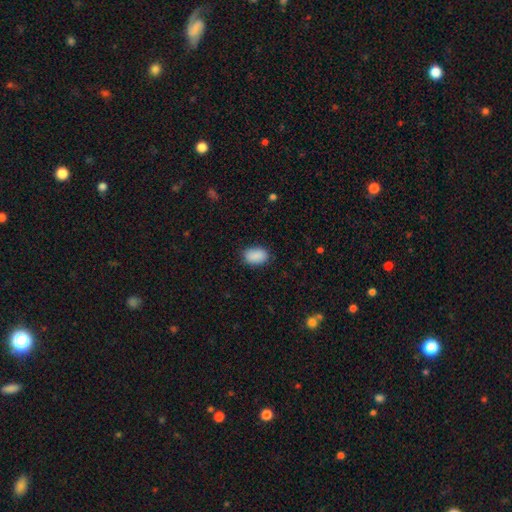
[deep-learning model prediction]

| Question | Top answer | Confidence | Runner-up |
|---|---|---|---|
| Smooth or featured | smooth | 89% | star or artifact (7%) |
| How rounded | in between | 89% | round (10%) |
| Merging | none | 83% | minor disturbance (13%) |